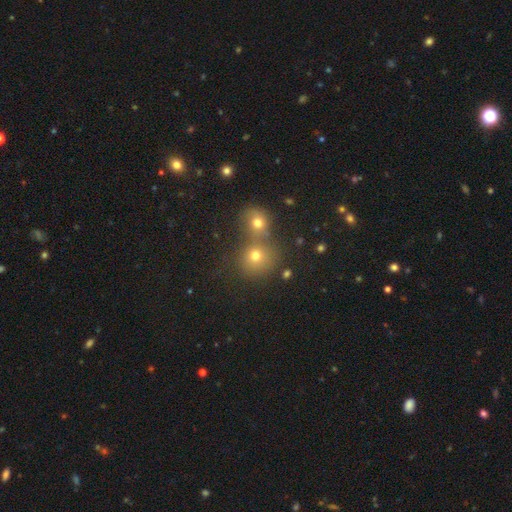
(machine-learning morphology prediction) Smooth or featured? Predicted: smooth (p=0.70). How rounded? Predicted: round (p=0.84). Merging? Predicted: merger (p=0.46).